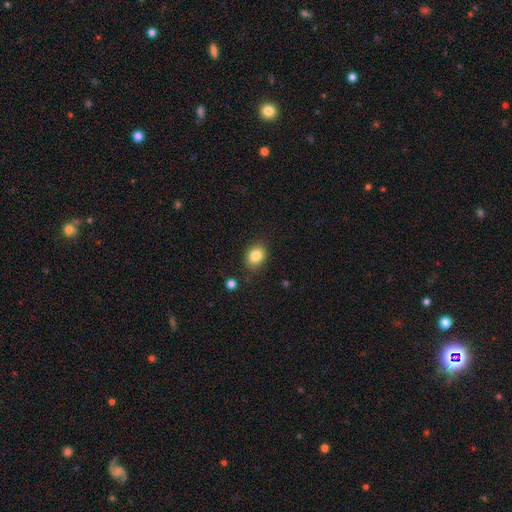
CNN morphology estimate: Smooth or featured? smooth (84%)
How rounded? in between (57%)
Merging? none (86%)